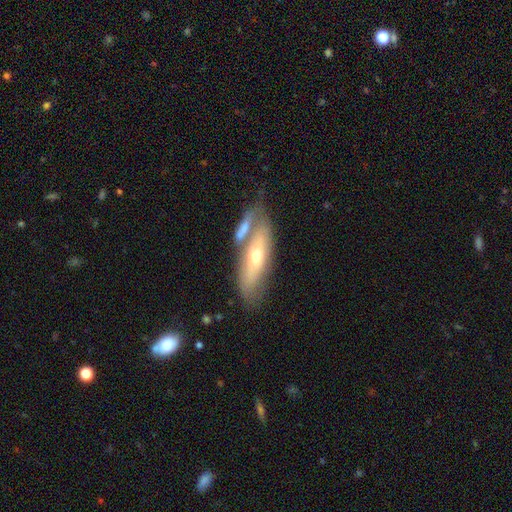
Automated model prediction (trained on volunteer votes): Overall: featured or disk (47%, tied with smooth). Merging: none (46%; merger 32%).